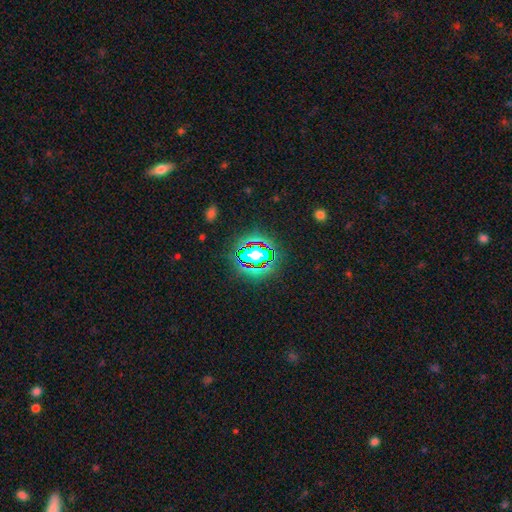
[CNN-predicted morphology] Q: Smooth or featured?
A: star or artifact (77%); runner-up: smooth (14%)